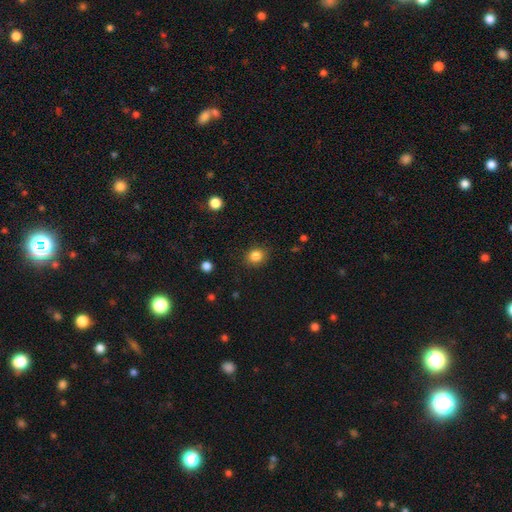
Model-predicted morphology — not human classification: This is clearly a smooth galaxy (85%). How rounded: likely round (68%). Merging: clearly none (85%).